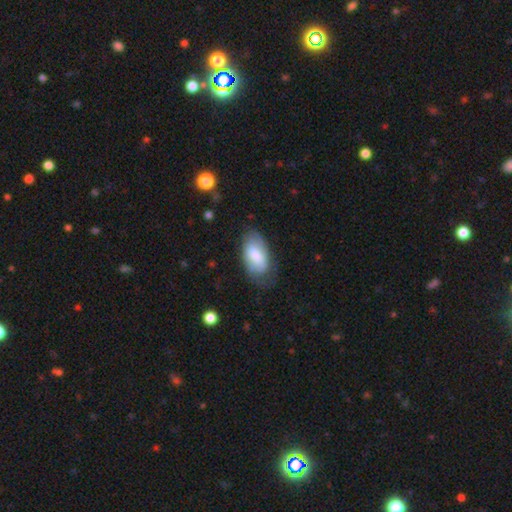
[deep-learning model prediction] Smooth or featured? smooth (71%)
How rounded? in between (94%)
Merging? none (62%)